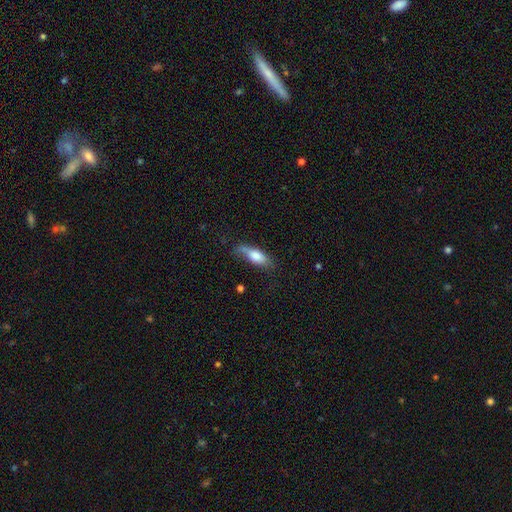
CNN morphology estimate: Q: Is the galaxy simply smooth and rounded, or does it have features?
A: smooth — 73%.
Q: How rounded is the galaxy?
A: in between — 69%.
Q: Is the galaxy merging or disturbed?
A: none — 45%.